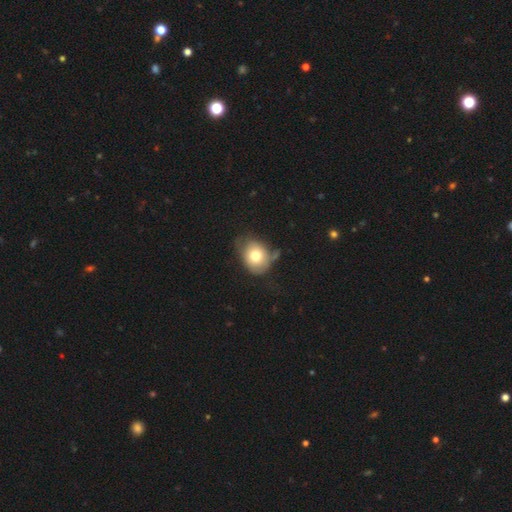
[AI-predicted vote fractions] Morphology: type=smooth (73%); roundness=round (53%); merging=none (48%).